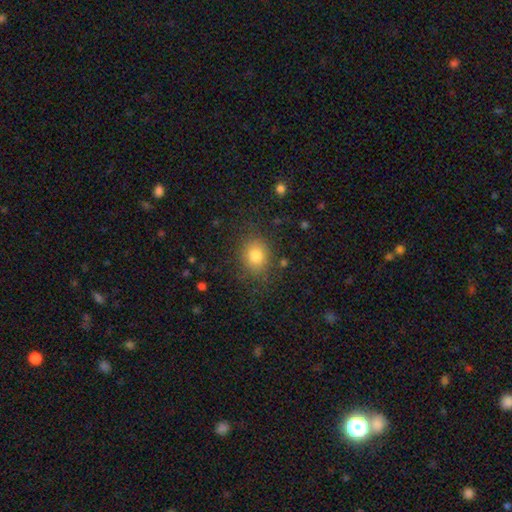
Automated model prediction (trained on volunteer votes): smooth_or_featured: smooth (p=0.80) [alt: star or artifact p=0.12]
how_rounded: round (p=0.60) [alt: in between p=0.39]
merging: none (p=0.82) [alt: minor disturbance p=0.12]